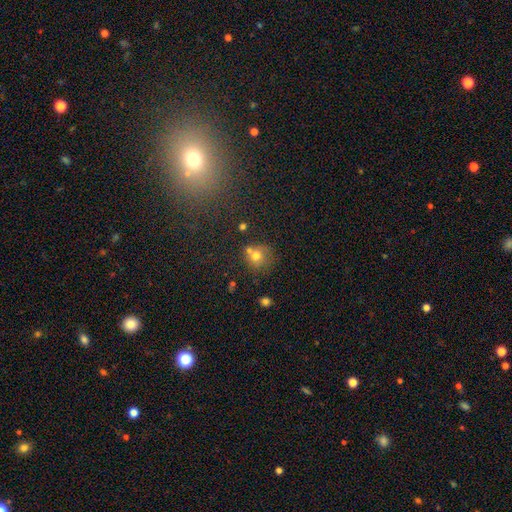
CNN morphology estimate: This appears to be a smooth galaxy with no disk features (71%) that is round (85%). Merging: none (50%).